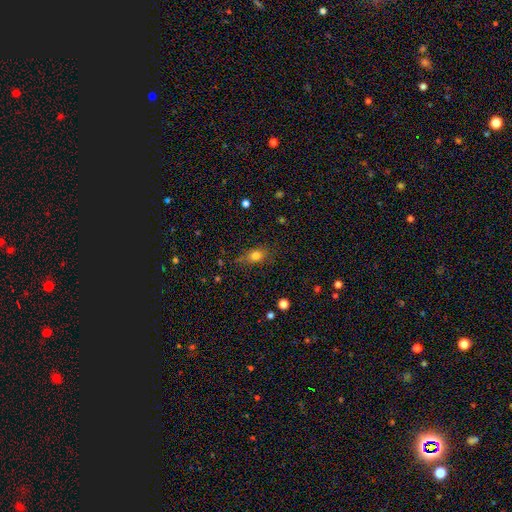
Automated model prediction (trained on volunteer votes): This appears to be a smooth galaxy with no disk features (76%) that is in between round and cigar-shaped (61%). Merging: none (74%).